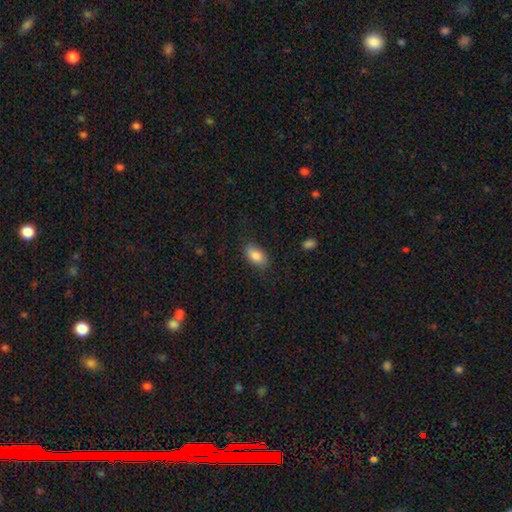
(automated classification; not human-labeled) Q: Smooth or featured?
A: smooth (86%); runner-up: star or artifact (7%)
Q: How rounded?
A: in between (91%); runner-up: round (6%)
Q: Merging?
A: none (82%); runner-up: minor disturbance (13%)